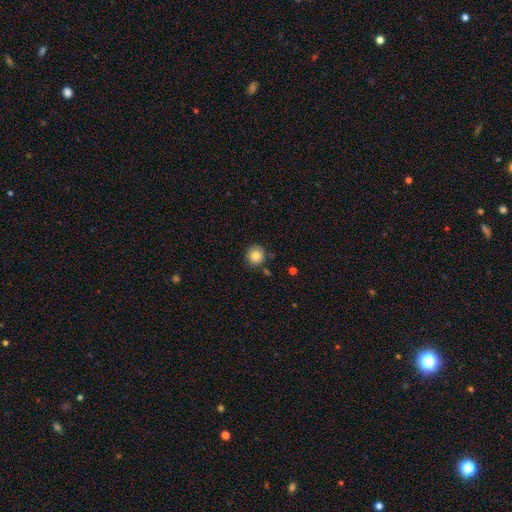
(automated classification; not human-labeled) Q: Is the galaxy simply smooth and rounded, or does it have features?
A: smooth — 83%.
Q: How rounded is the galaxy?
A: round — 93%.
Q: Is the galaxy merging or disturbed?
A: none — 84%.